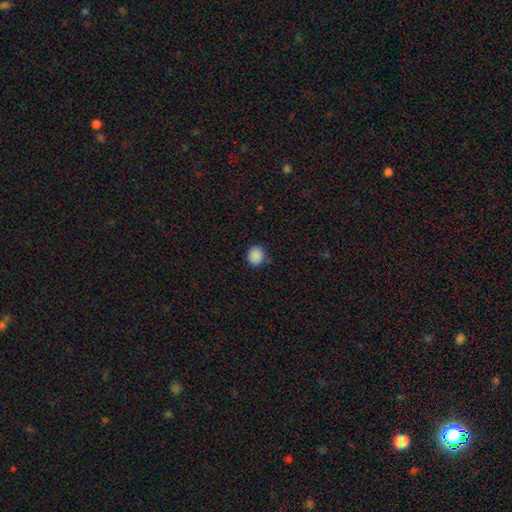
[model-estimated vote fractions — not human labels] Smooth or featured? Predicted: smooth (p=0.88). How rounded? Predicted: round (p=0.83). Merging? Predicted: none (p=0.81).